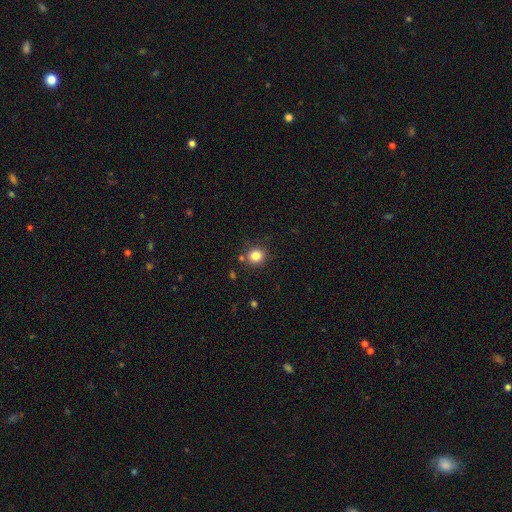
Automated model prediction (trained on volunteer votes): Smooth or featured? Predicted: smooth (p=0.83). How rounded? Predicted: round (p=0.79). Merging? Predicted: none (p=0.81).